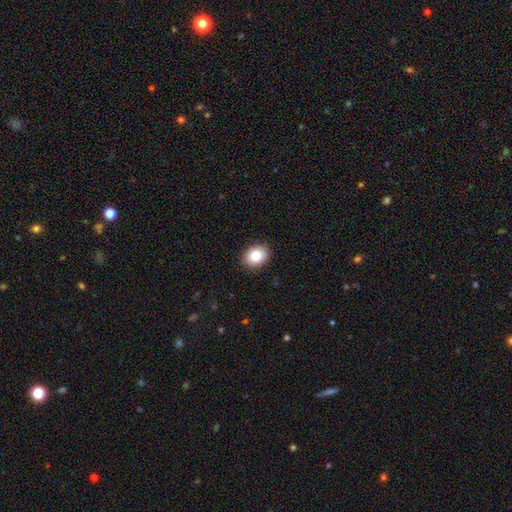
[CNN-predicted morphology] Smooth or featured?
  - smooth: 83% *
  - featured or disk: 9%
  - star or artifact: 9%
How rounded?
  - in between: 59% *
  - round: 40%
  - cigar-shaped: 1%
Merging?
  - none: 90% *
  - minor disturbance: 7%
  - major disturbance: 2%
  - merger: 1%